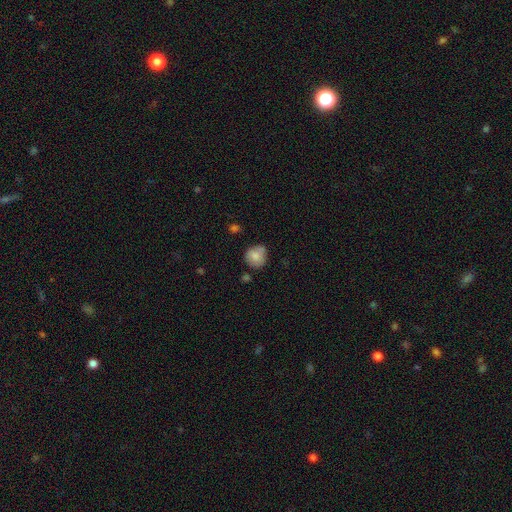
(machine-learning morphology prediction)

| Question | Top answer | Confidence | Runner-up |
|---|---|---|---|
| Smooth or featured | smooth | 78% | featured or disk (13%) |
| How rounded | round | 84% | in between (15%) |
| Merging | none | 64% | minor disturbance (25%) |